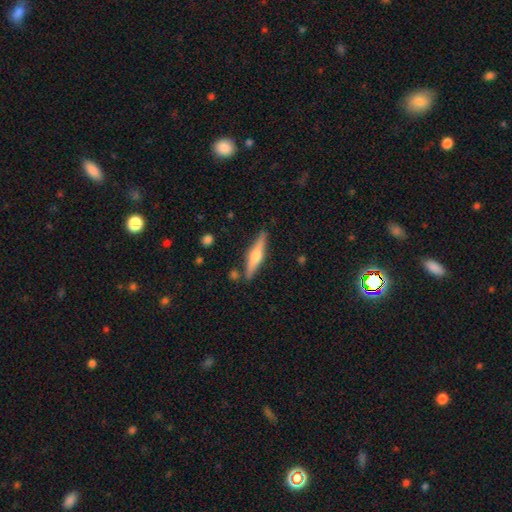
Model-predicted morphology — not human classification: featured or disk 64%, smooth 31%, star or artifact 6%. Down the decision tree: edge-on disk — yes (96%); edge-on bulge — rounded (91%); merging — none (85%).